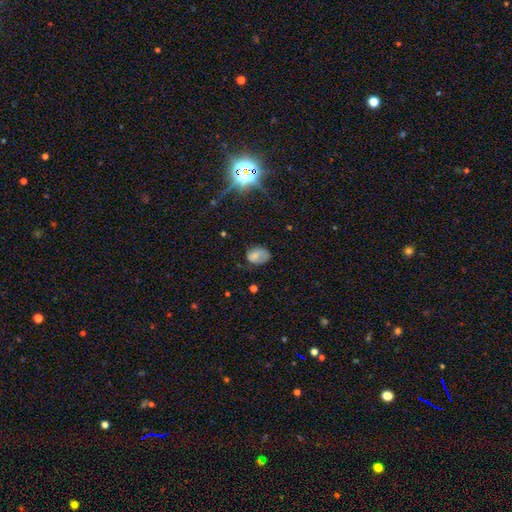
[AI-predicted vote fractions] A smooth galaxy with no disk features (71%) that is in between round and cigar-shaped (78%).

Vote fractions:
- Smooth or featured? smooth: 71% / featured or disk: 16% / star or artifact: 13%
- How rounded? in between: 78% / round: 21% / cigar-shaped: 1%
- Merging? none: 52% / minor disturbance: 32% / major disturbance: 14% / merger: 2%